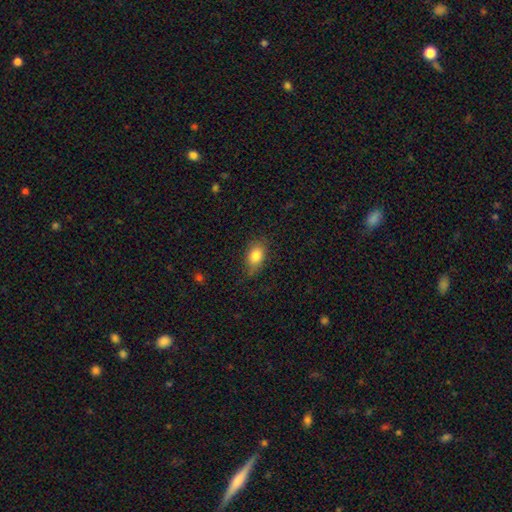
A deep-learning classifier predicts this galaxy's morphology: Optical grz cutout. It shows a smooth galaxy with no disk features (82%) that is in between round and cigar-shaped (85%). Merging: none (76%).